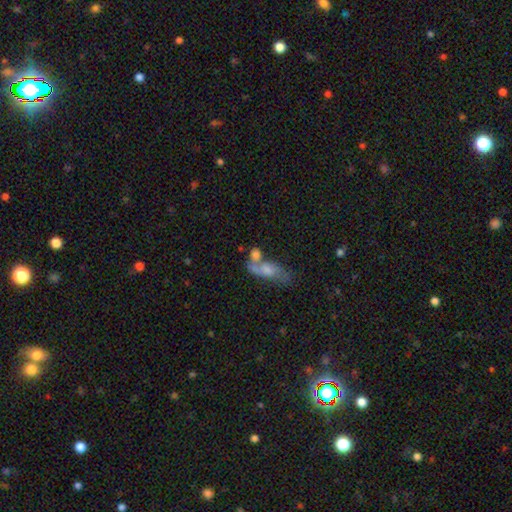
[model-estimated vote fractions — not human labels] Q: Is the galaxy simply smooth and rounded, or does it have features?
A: smooth — 58%.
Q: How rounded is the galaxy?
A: in between — 61%.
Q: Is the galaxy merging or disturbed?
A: merger — 45%.